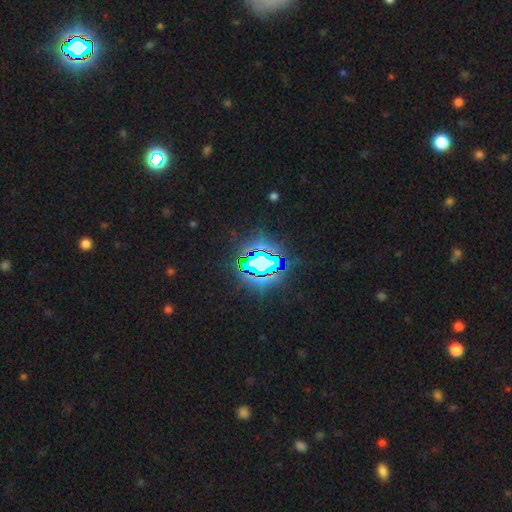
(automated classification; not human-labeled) This appears to be a star or artifact, not a galaxy (78%).